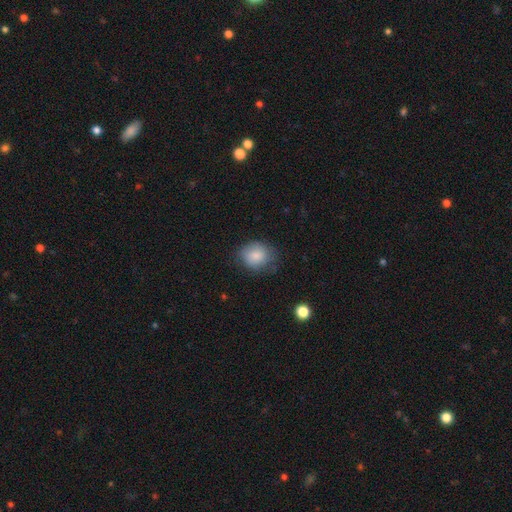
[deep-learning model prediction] Smooth or featured? Predicted: smooth (p=0.82). How rounded? Predicted: round (p=0.61). Merging? Predicted: none (p=0.67).